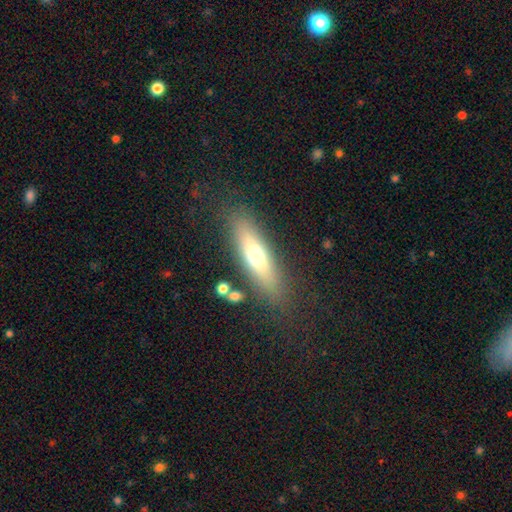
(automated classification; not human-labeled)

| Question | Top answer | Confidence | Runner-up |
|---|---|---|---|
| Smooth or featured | smooth | 59% | featured or disk (33%) |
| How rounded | cigar-shaped | 61% | in between (36%) |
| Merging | none | 82% | minor disturbance (11%) |